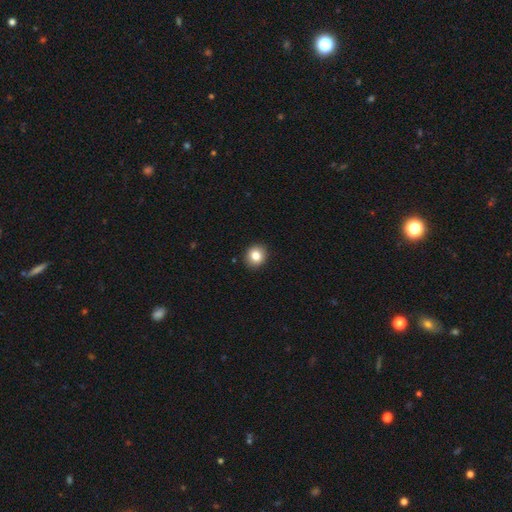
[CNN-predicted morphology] smooth_or_featured: smooth (p=0.83) [alt: star or artifact p=0.10]
how_rounded: round (p=0.83) [alt: in between p=0.16]
merging: none (p=0.91) [alt: minor disturbance p=0.06]